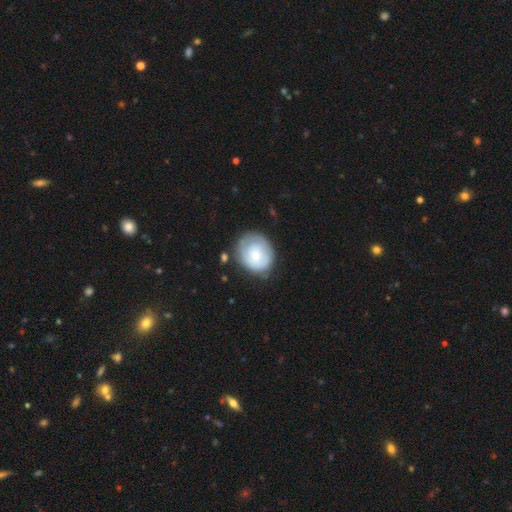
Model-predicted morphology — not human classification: This is possibly a smooth galaxy (53%). How rounded: likely round (68%). Merging: likely none (67%).